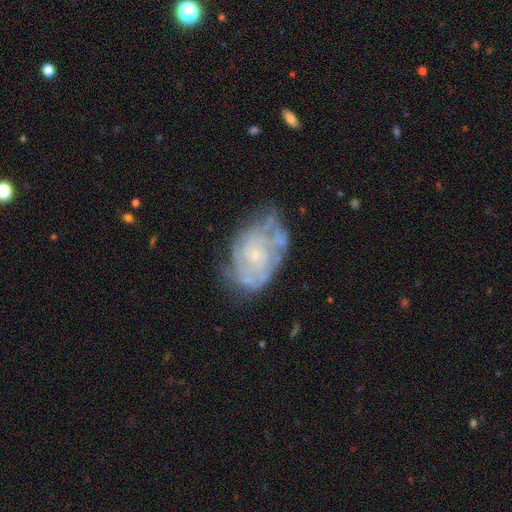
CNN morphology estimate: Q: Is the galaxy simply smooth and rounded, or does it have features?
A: featured or disk — 75%.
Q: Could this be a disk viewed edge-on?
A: no — 97%.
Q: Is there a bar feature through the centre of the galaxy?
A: no — 81%.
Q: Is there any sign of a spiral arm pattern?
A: yes — 76%.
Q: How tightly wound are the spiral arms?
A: tight — 64%.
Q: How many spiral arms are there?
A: can't tell — 55%.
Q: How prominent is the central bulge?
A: small — 77%.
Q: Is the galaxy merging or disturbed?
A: none — 52%.